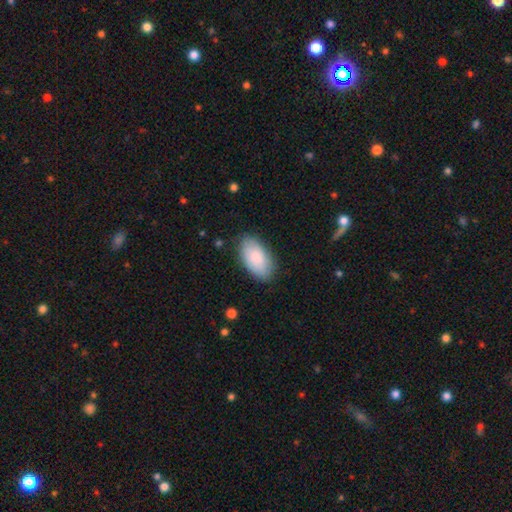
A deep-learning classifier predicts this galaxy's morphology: This is clearly a smooth galaxy (83%). How rounded: clearly in between (95%). Merging: clearly none (82%).